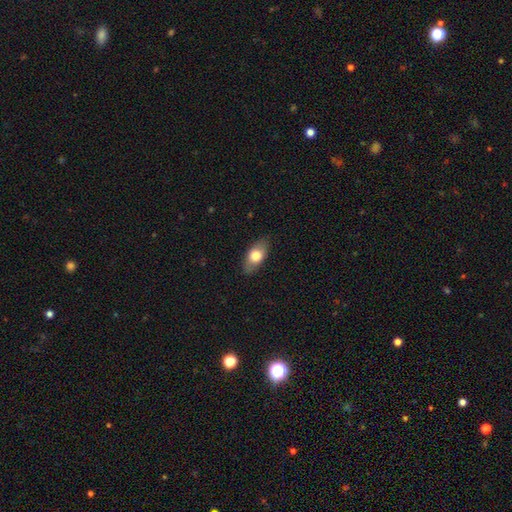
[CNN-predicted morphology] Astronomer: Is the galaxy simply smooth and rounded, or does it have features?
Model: smooth — 73%.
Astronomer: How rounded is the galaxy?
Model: in between — 87%.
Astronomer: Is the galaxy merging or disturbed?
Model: none — 85%.